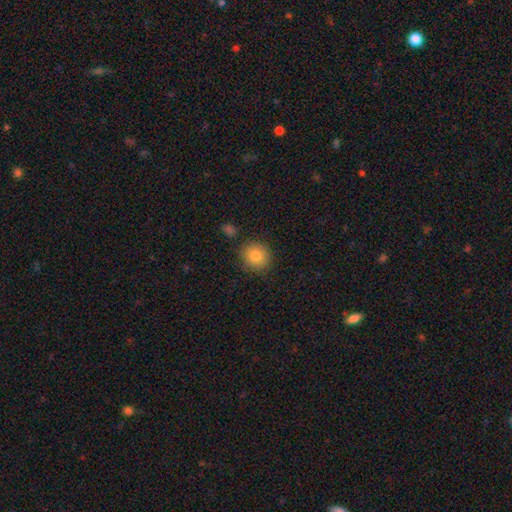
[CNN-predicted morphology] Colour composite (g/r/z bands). It shows a smooth galaxy with no disk features (84%) that is round (88%). Merging: none (85%).